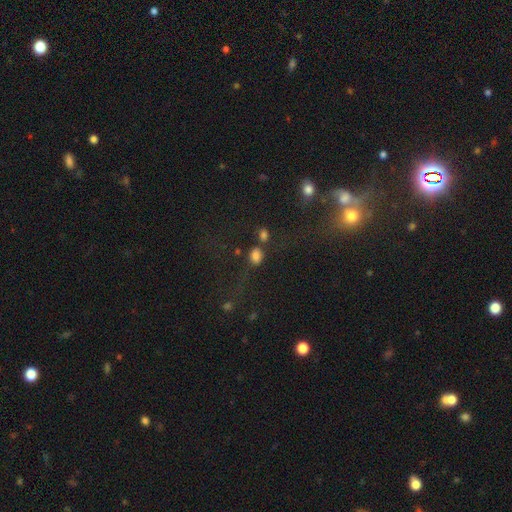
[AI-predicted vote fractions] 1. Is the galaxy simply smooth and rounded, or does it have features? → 77% smooth, 15% star or artifact, 8% featured or disk.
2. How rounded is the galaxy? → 64% in between, 34% round, 2% cigar-shaped.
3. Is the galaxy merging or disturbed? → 48% none, 26% merger, 15% minor disturbance, 11% major disturbance.